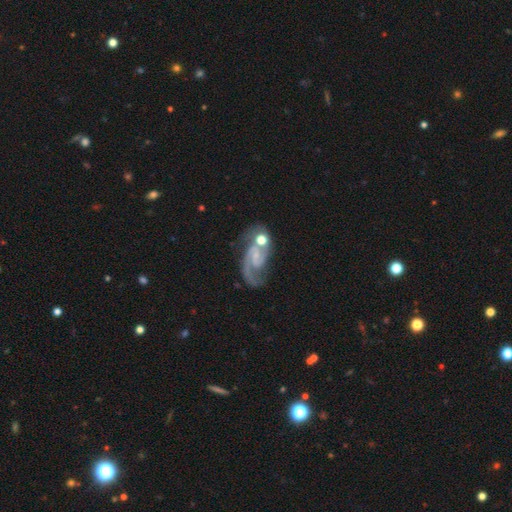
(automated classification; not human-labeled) The model was most divided on "bar": no: 45%, weak: 43%, strong: 12%. Remaining: edge-on disk — no (97%); spiral arms — yes (96%); smooth or featured — featured or disk (86%); spiral arm count — 2 (80%); bulge size — small (60%); spiral winding — medium (54%); merging — none (48%).